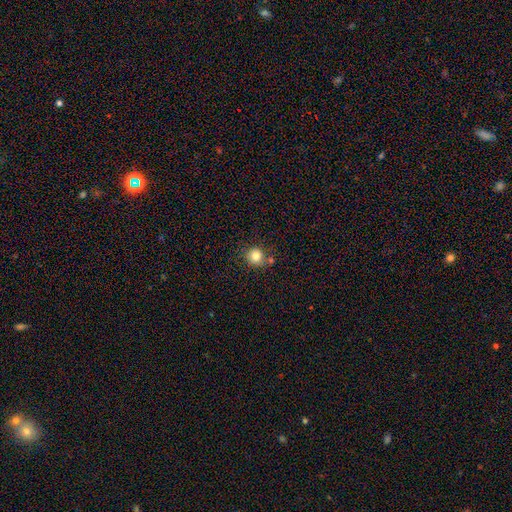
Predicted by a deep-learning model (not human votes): This appears to be a smooth galaxy with no disk features (81%) that is round (90%). Merging: none (74%).